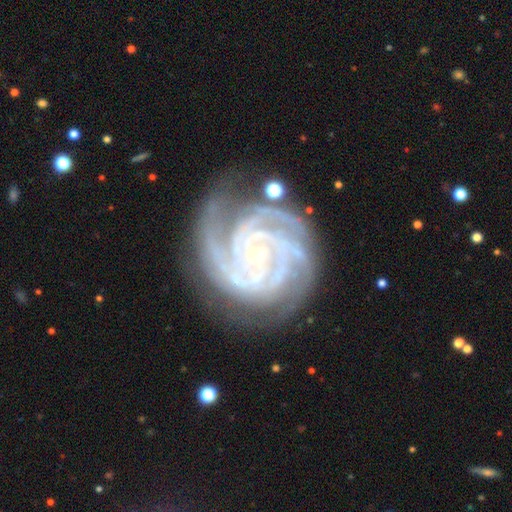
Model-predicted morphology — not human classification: type=featured or disk (92%); edge-on=no (98%); bar=no (68%); spiral arms=yes (99%); winding=tight (80%); arm count=4 (33%, tied with 3); bulge=small (82%); merging=none (75%).